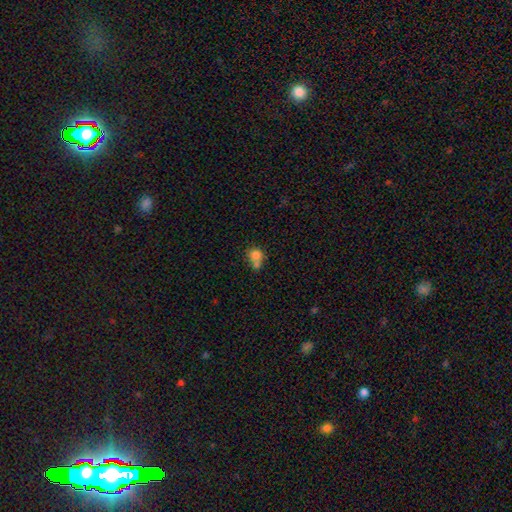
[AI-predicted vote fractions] Smooth or featured? smooth (78%)
How rounded? round (80%)
Merging? merger (51%)